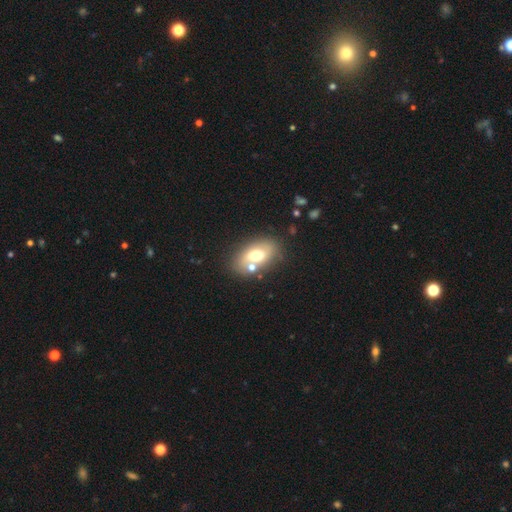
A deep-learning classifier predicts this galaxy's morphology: smooth-or-featured: smooth: 60% | featured or disk: 31% | star or artifact: 9%
  how-rounded: in between: 87% | round: 10% | cigar-shaped: 2%
  merging: none: 68% | merger: 14% | minor disturbance: 13% | major disturbance: 5%